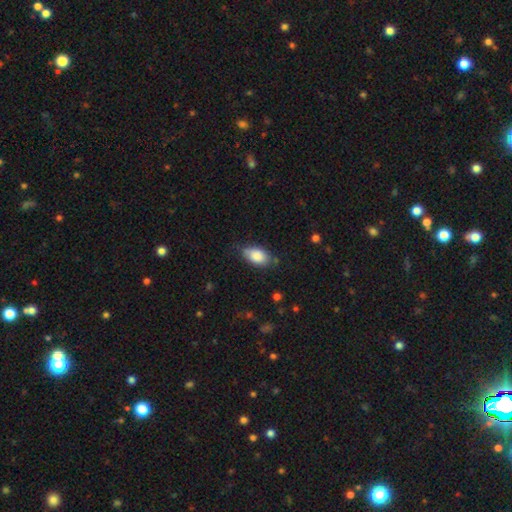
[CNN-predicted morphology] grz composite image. It shows a smooth galaxy with no disk features (86%) that is in between round and cigar-shaped (92%). Merging: none (70%).